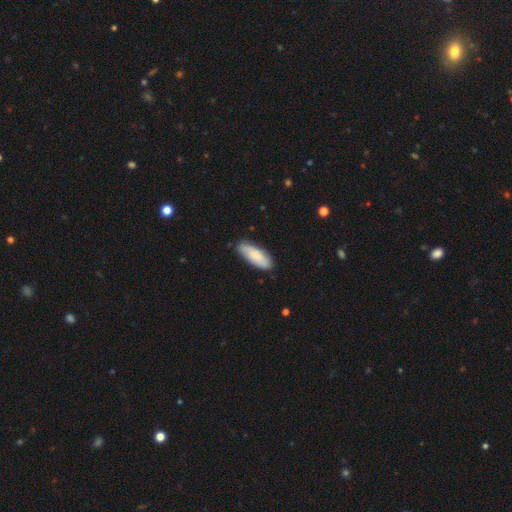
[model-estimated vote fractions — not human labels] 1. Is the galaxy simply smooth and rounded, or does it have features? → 74% smooth, 20% featured or disk, 5% star or artifact.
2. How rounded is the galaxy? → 73% in between, 25% cigar-shaped, 2% round.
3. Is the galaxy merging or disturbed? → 81% none, 15% minor disturbance, 2% major disturbance, 1% merger.